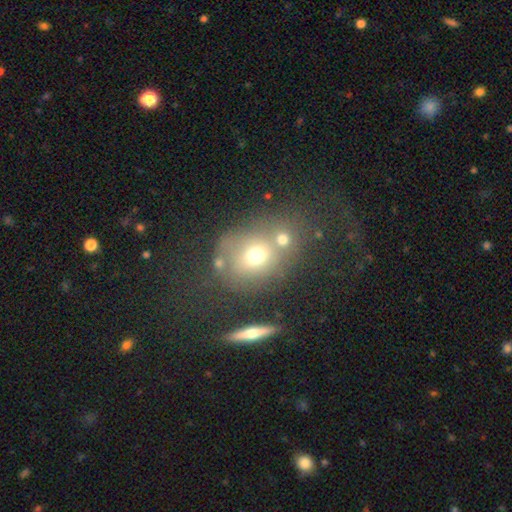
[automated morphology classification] Smooth or featured?
  - smooth: 64% *
  - featured or disk: 20%
  - star or artifact: 16%
How rounded?
  - round: 66% *
  - in between: 32%
  - cigar-shaped: 2%
Merging?
  - none: 48% *
  - merger: 32%
  - minor disturbance: 12%
  - major disturbance: 7%